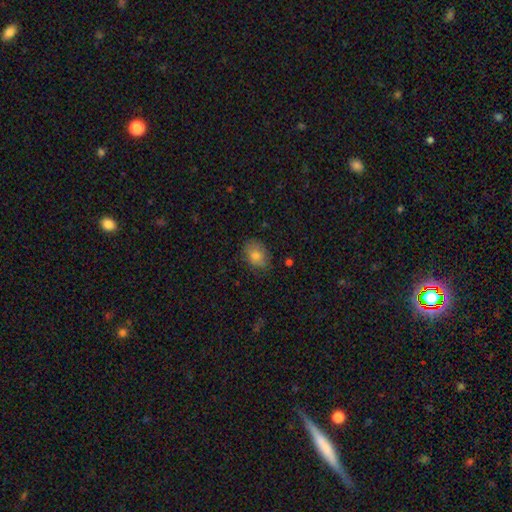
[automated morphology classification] Smooth or featured?
  - smooth: 78% *
  - featured or disk: 12%
  - star or artifact: 9%
How rounded?
  - in between: 74% *
  - round: 25%
  - cigar-shaped: 1%
Merging?
  - none: 81% *
  - minor disturbance: 15%
  - major disturbance: 3%
  - merger: 1%